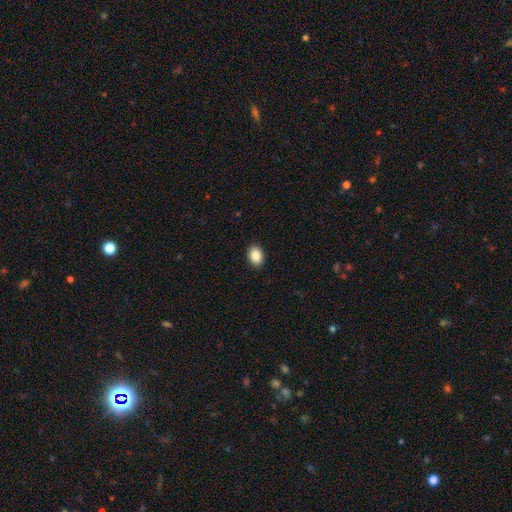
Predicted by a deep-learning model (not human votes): The model was most divided on "how rounded": in between: 75%, round: 24%, cigar-shaped: 1%. More confident: merging — none (90%); smooth or featured — smooth (88%).